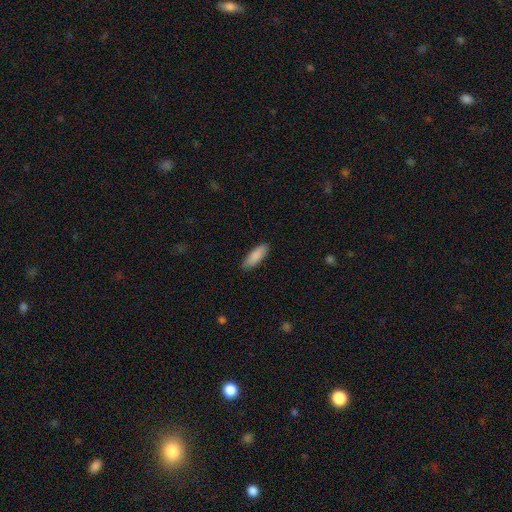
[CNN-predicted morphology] Smooth or featured? Predicted: smooth (p=0.89). How rounded? Predicted: in between (p=0.62). Merging? Predicted: none (p=0.87).